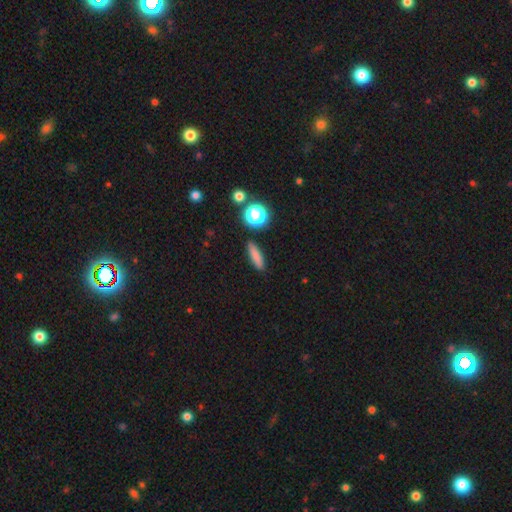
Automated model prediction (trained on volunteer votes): smooth-or-featured: smooth: 79% | star or artifact: 12% | featured or disk: 9%
  how-rounded: cigar-shaped: 71% | in between: 22% | round: 7%
  merging: none: 87% | minor disturbance: 8% | major disturbance: 3% | merger: 3%